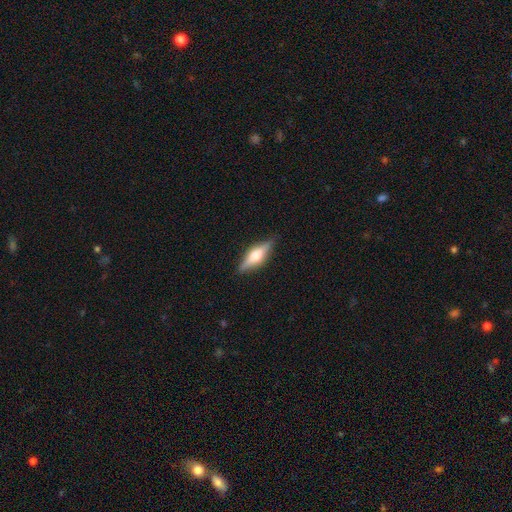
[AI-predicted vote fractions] The model was most divided on "smooth or featured": featured or disk: 55%, smooth: 38%, star or artifact: 6%. More confident: edge-on disk — yes (94%); edge-on bulge — rounded (91%); merging — none (87%).